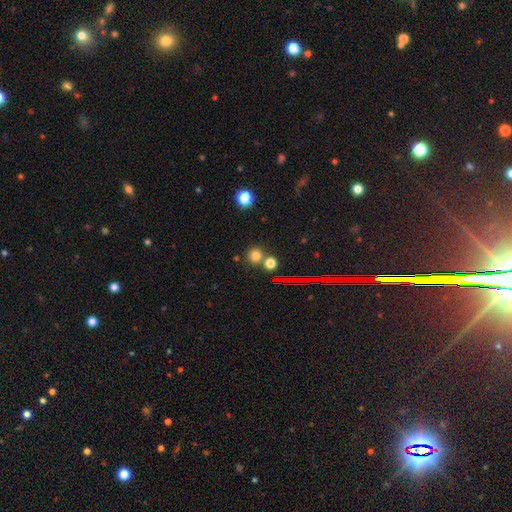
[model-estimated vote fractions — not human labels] This is likely a smooth galaxy (75%). How rounded: clearly round (91%). Merging: likely none (70%).